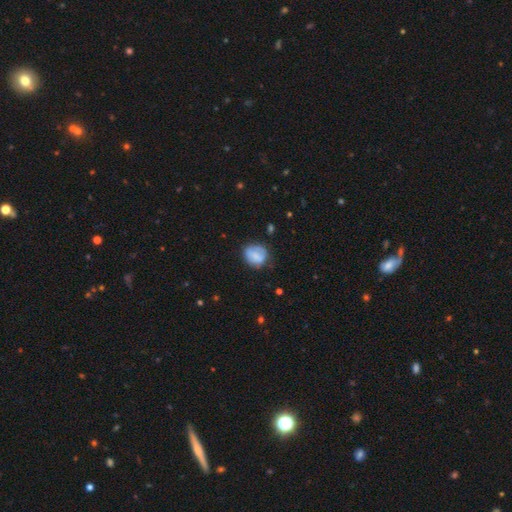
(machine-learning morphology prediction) Smooth or featured: smooth — 69% (featured or disk — 23%)
How rounded: round — 64% (in between — 35%)
Merging: none — 61% (minor disturbance — 28%)